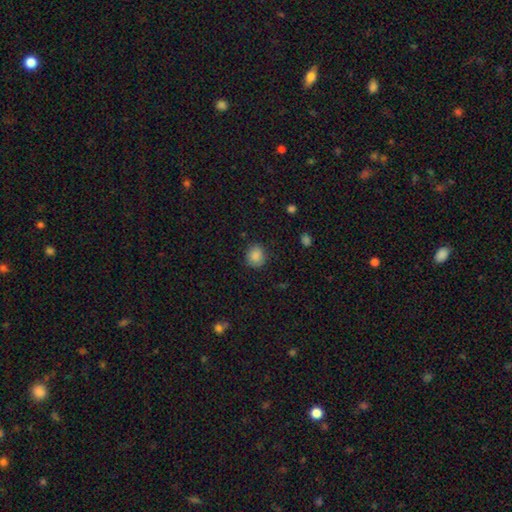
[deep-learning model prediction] Overall: smooth (86%). How rounded: round (76%). Merging: none (83%).